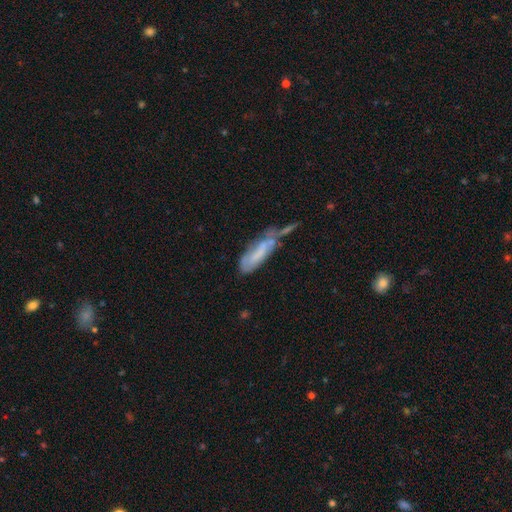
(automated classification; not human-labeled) This appears to be a smooth galaxy with no disk features (49%). Merging: none (29%).